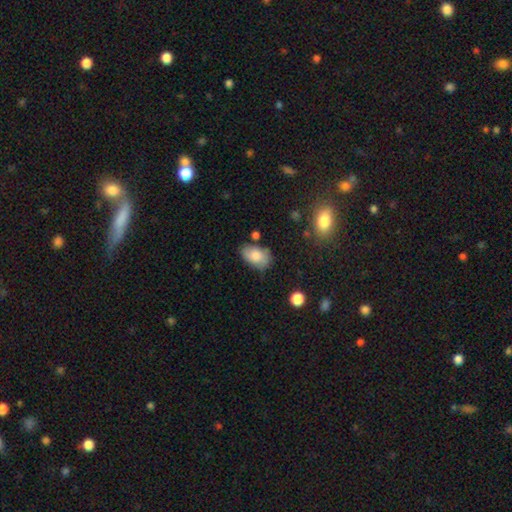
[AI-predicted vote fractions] A smooth galaxy with no disk features (79%) that is in between round and cigar-shaped (91%). Merging: none (66%).